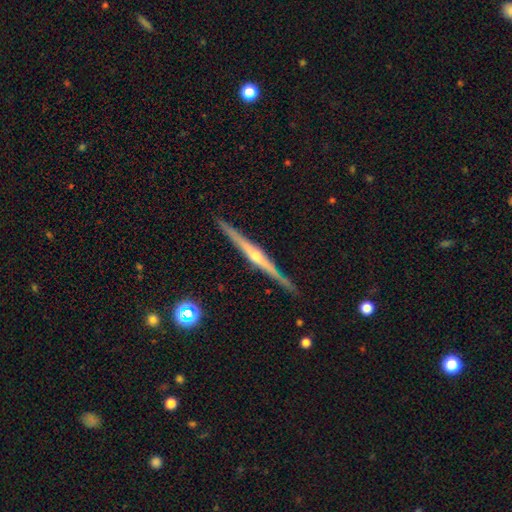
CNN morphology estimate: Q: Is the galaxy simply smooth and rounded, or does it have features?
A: featured or disk — 84%.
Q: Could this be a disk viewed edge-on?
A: yes — 98%.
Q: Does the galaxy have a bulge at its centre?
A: rounded — 82%.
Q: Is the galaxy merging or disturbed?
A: none — 90%.